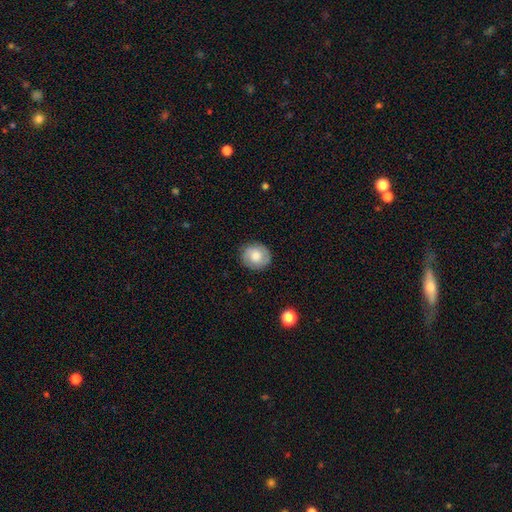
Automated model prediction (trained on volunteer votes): Smooth or featured: smooth — 52% (featured or disk — 40%)
How rounded: round — 81% (in between — 18%)
Merging: none — 84% (minor disturbance — 12%)